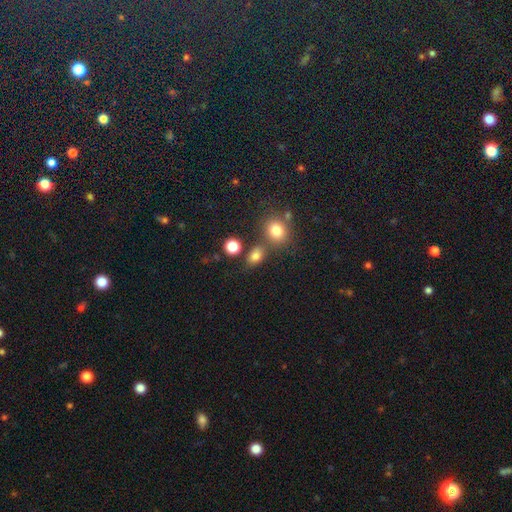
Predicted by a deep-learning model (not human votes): Overall: smooth (79%). How rounded: in between (55%; round 43%). Merging: none (67%).